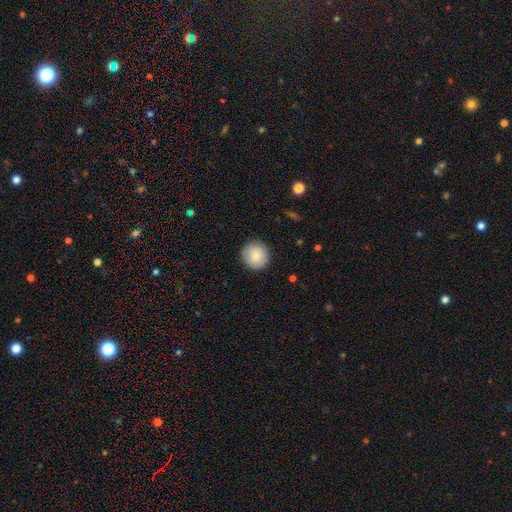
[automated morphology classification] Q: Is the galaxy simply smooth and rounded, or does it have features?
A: smooth — 84%.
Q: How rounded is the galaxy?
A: round — 95%.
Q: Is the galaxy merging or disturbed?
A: none — 91%.